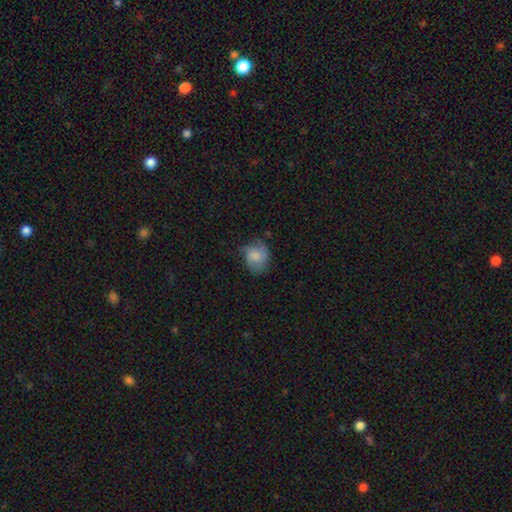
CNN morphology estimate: smooth 69%, featured or disk 22%, star or artifact 8%. Down the decision tree: how rounded — round (60%); merging — none (50%).